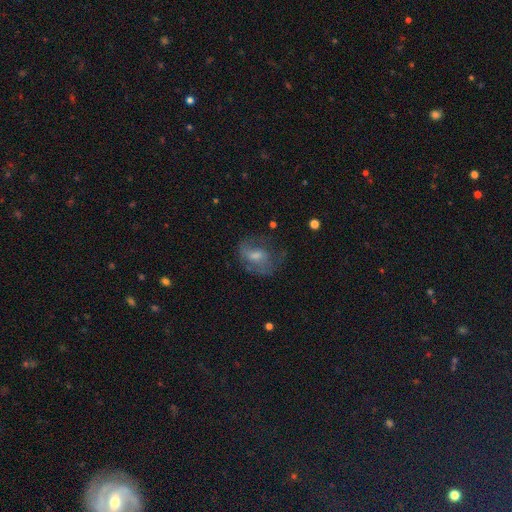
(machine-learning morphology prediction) A featured or disk galaxy (55%) with a weak bar (45%, tied with no), spiral arms (69%) and a moderate central bulge (42%).

Vote fractions:
- Smooth or featured? featured or disk: 55% / smooth: 34% / star or artifact: 11%
- Edge-on disk? no: 96% / yes: 4%
- Bar? weak: 45% (tied) / no: 45% (tied) / strong: 10%
- Spiral arms? yes: 69% / no: 31%
- Bulge size? moderate: 42% / small: 36% / none: 14% / large: 7% / dominant: 1%
- Merging? none: 49% / major disturbance: 26% / minor disturbance: 23% / merger: 2%